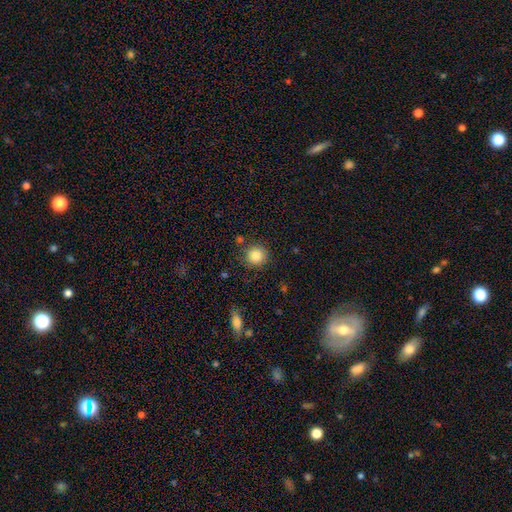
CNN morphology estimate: Smooth or featured? Predicted: smooth (p=0.85). How rounded? Predicted: round (p=0.92). Merging? Predicted: none (p=0.84).